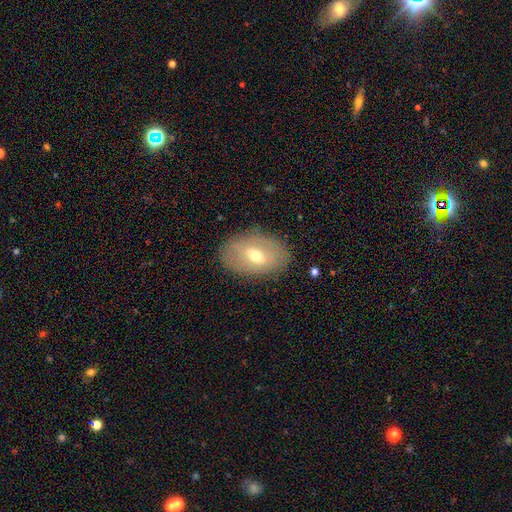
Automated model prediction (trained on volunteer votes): Smooth or featured? smooth (49%)
Merging? none (82%)